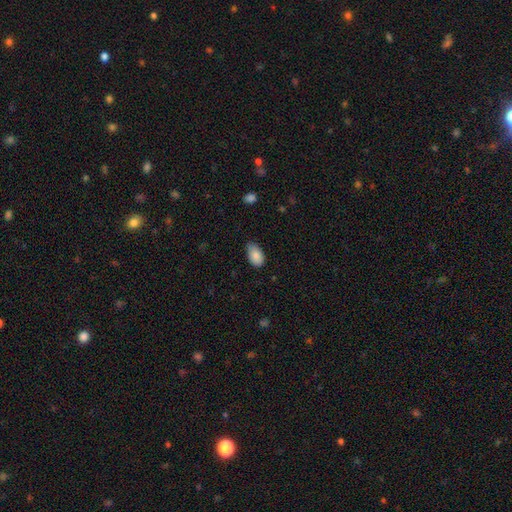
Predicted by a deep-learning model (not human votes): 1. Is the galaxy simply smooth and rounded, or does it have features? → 87% smooth, 7% star or artifact, 6% featured or disk.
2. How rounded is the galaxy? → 93% in between, 6% round, 1% cigar-shaped.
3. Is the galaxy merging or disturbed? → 56% none, 37% minor disturbance, 6% major disturbance, 1% merger.